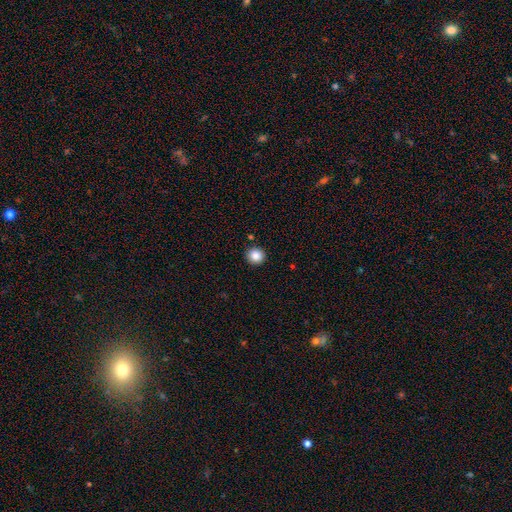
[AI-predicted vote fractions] smooth-or-featured: smooth: 87% | star or artifact: 10% | featured or disk: 4%
  how-rounded: round: 93% | in between: 6% | cigar-shaped: 1%
  merging: none: 92% | minor disturbance: 5% | major disturbance: 2% | merger: 2%